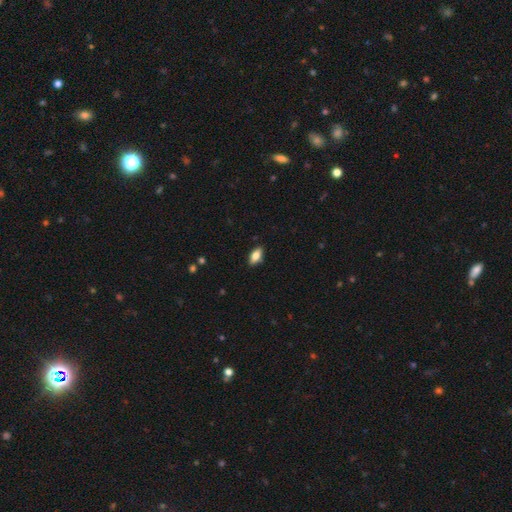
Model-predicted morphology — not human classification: Q: Smooth or featured?
A: smooth (77%); runner-up: featured or disk (16%)
Q: How rounded?
A: in between (87%); runner-up: cigar-shaped (10%)
Q: Merging?
A: none (87%); runner-up: minor disturbance (10%)